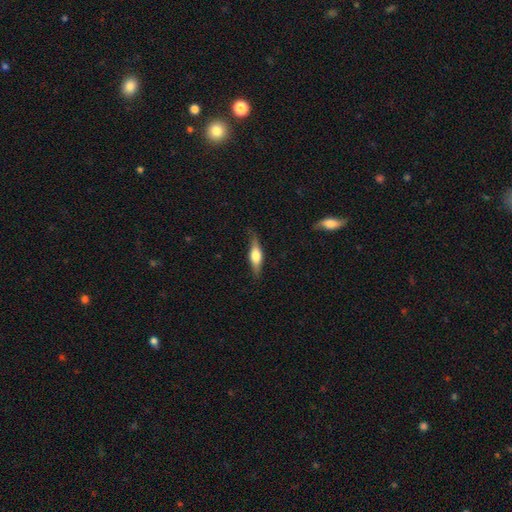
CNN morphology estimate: A featured or disk galaxy (49%).

Vote fractions:
- Smooth or featured? featured or disk: 49% / smooth: 45% / star or artifact: 6%
- Merging? none: 79% / minor disturbance: 16% / major disturbance: 4% / merger: 1%